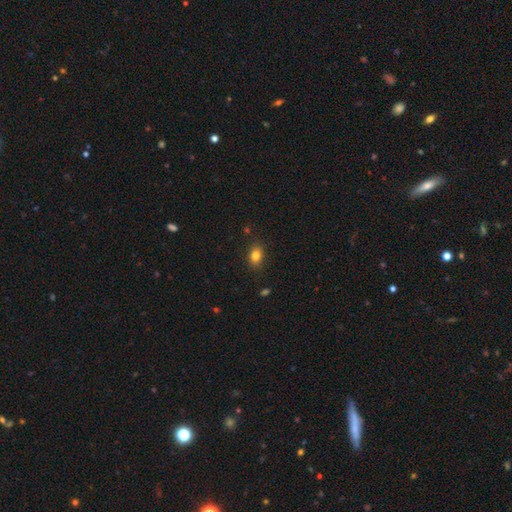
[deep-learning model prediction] Morphology: type=smooth (82%); roundness=in between (66%); merging=none (86%).